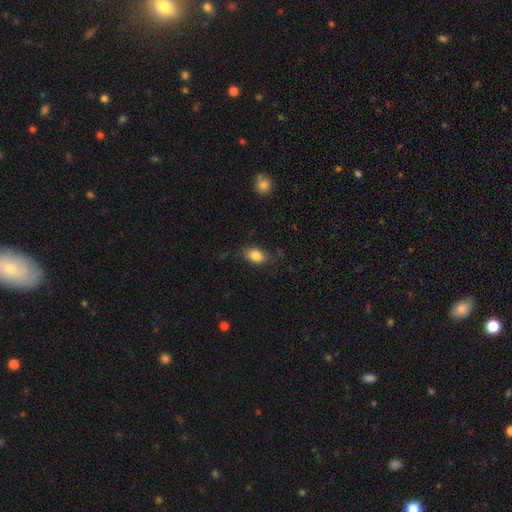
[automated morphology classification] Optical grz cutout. It shows a smooth galaxy with no disk features (84%) that is in between round and cigar-shaped (81%). Merging: none (75%).